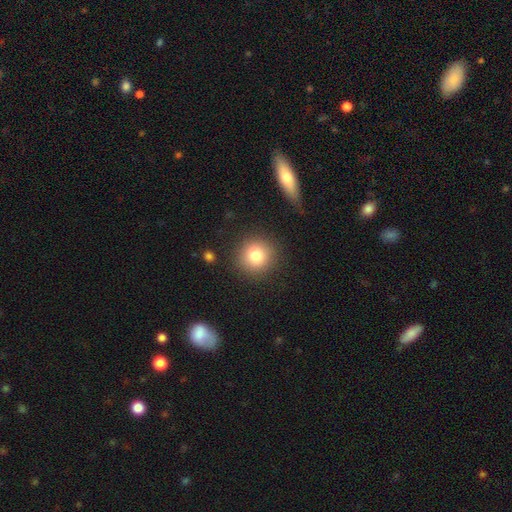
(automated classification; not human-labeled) Overall: smooth (81%). How rounded: round (92%). Merging: none (88%).